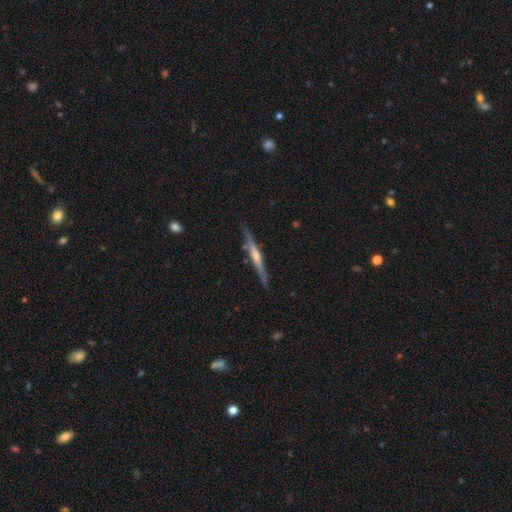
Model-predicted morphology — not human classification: A featured or disk galaxy (71%) viewed edge-on (97%) with a rounded central bulge (59%). Merging: none (82%).